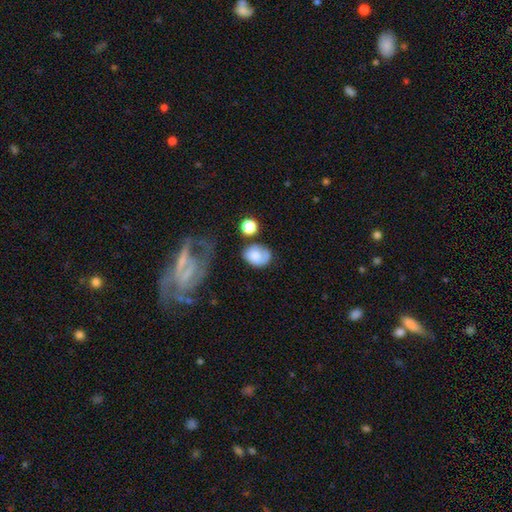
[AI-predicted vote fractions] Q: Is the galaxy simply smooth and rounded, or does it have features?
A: smooth — 65%.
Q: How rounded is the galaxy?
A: in between — 58%.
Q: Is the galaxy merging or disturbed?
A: none — 47%.